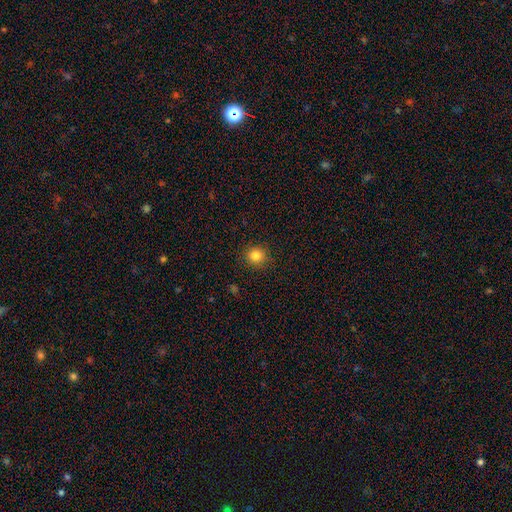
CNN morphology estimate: Smooth or featured?
  - smooth: 83% *
  - star or artifact: 12%
  - featured or disk: 5%
How rounded?
  - round: 89% *
  - in between: 10%
  - cigar-shaped: 1%
Merging?
  - none: 90% *
  - minor disturbance: 7%
  - major disturbance: 2%
  - merger: 1%